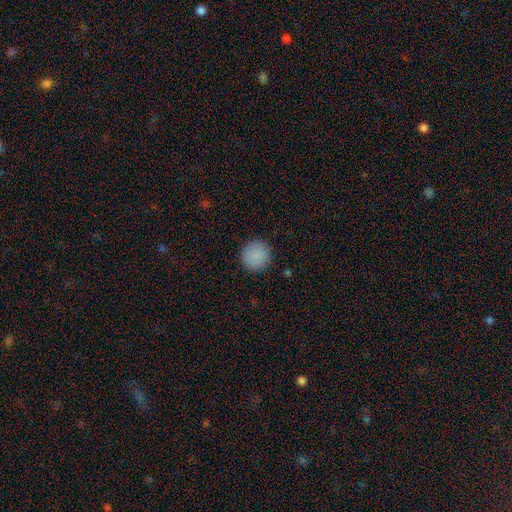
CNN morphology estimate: This appears to be a smooth galaxy with no disk features (88%) that is round (94%). Merging: none (90%).